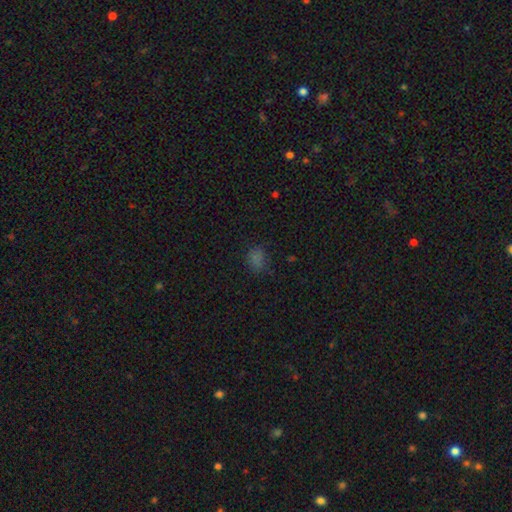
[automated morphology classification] This appears to be a smooth galaxy with no disk features (70%) that is in between round and cigar-shaped (59%). Merging: none (77%).